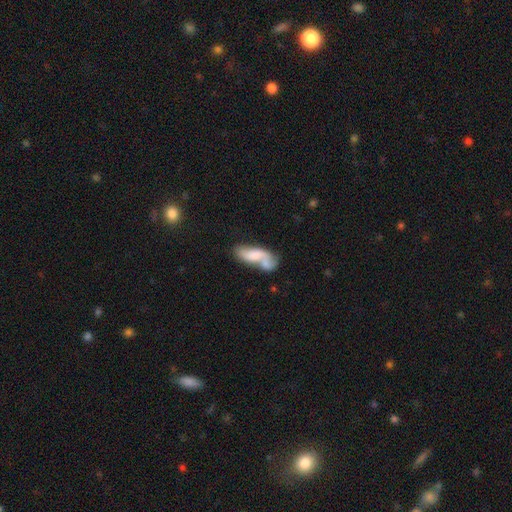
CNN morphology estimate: This appears to be a smooth galaxy with no disk features (61%) that is in between round and cigar-shaped (72%). Merging: merger (43%).